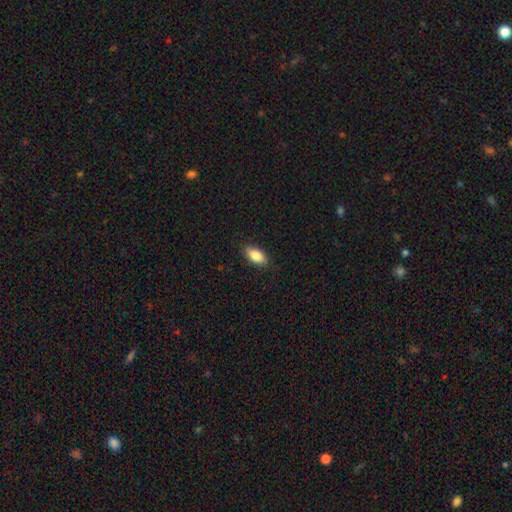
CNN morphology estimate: smooth 85%, featured or disk 8%, star or artifact 7%. Down the decision tree: how rounded — in between (90%); merging — none (87%).